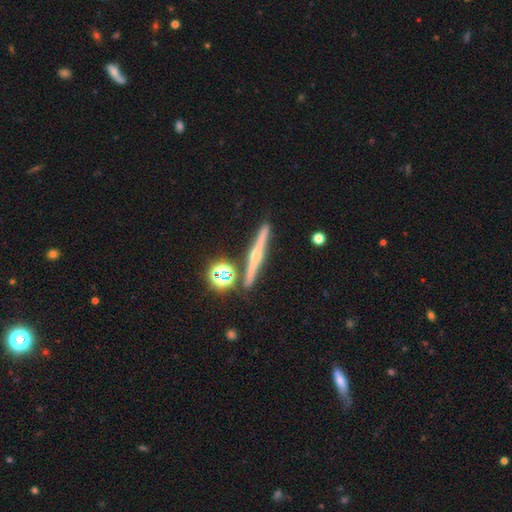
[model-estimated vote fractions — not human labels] A featured or disk galaxy (75%) viewed edge-on (97%) with a rounded central bulge (88%). Merging: none (86%).